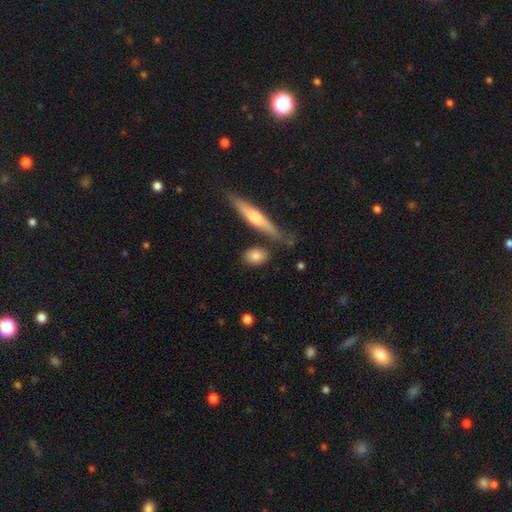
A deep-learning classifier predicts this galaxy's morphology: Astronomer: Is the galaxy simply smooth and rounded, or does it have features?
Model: smooth — 80%.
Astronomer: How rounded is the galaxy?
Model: in between — 63%.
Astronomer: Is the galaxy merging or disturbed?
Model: none — 75%.